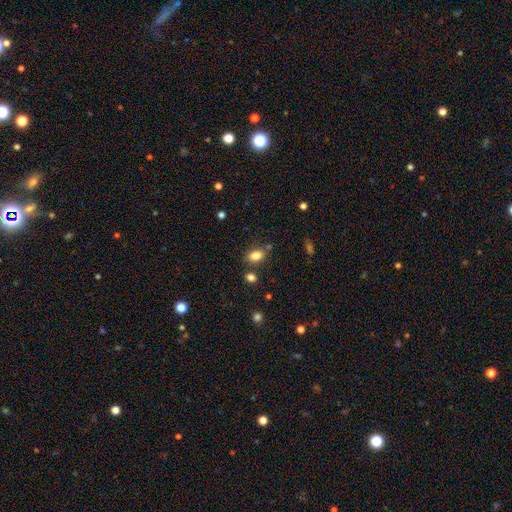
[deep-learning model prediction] Smooth or featured: smooth — 83% (star or artifact — 10%)
How rounded: in between — 84% (round — 13%)
Merging: none — 77% (minor disturbance — 12%)